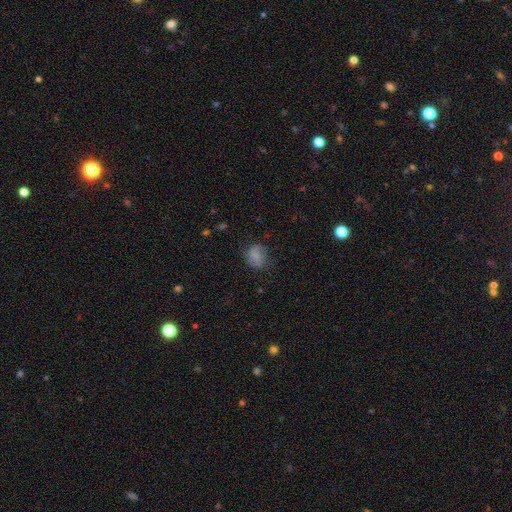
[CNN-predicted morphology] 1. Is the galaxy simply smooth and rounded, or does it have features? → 74% smooth, 15% featured or disk, 11% star or artifact.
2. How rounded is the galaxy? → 57% round, 42% in between, 1% cigar-shaped.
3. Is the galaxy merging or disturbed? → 61% none, 26% minor disturbance, 11% major disturbance, 2% merger.